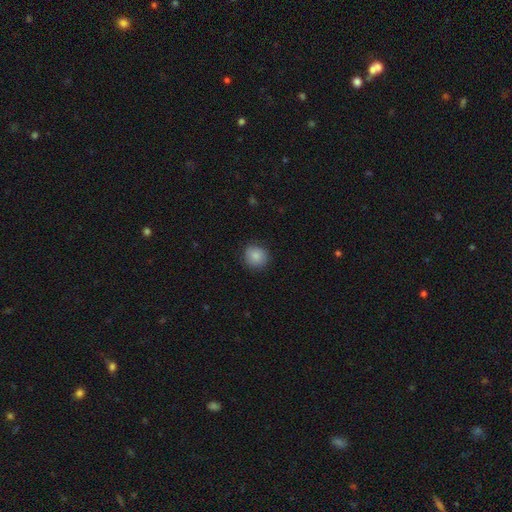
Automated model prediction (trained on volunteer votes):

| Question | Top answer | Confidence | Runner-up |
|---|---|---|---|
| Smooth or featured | smooth | 86% | star or artifact (8%) |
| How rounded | round | 90% | in between (9%) |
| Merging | none | 86% | minor disturbance (10%) |